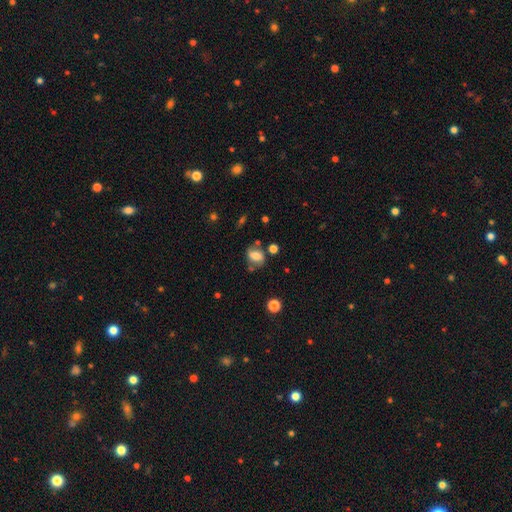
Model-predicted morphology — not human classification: smooth-or-featured: smooth: 61% | featured or disk: 27% | star or artifact: 11%
  how-rounded: in between: 65% | round: 33% | cigar-shaped: 2%
  merging: none: 56% | minor disturbance: 23% | merger: 11% | major disturbance: 10%